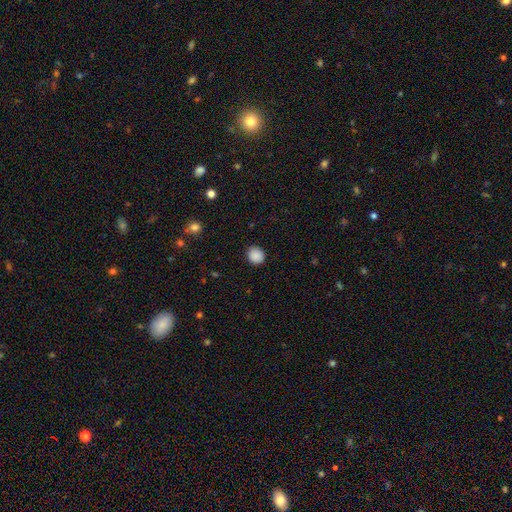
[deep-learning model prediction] smooth-or-featured: smooth: 88% | star or artifact: 9% | featured or disk: 3%
  how-rounded: round: 79% | in between: 20% | cigar-shaped: 1%
  merging: none: 88% | minor disturbance: 8% | major disturbance: 2% | merger: 1%